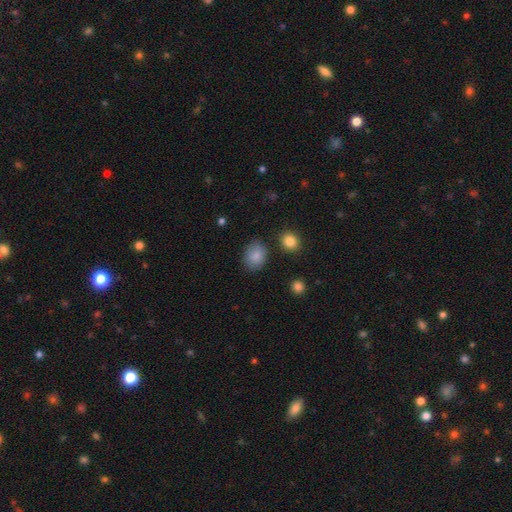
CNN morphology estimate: This is clearly a smooth galaxy (86%). How rounded: likely in between (61%). Merging: likely none (78%).